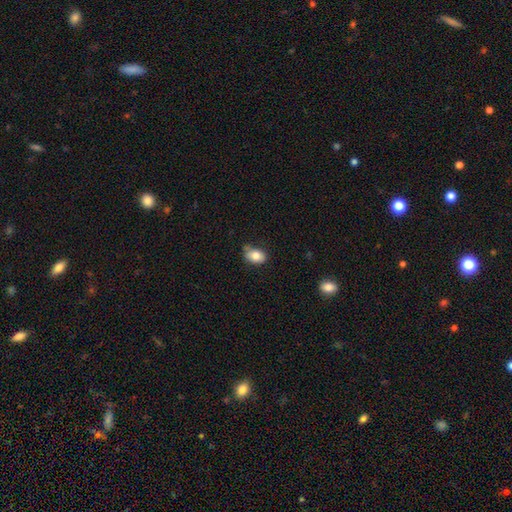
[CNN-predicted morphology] Q: Smooth or featured?
A: smooth (80%); runner-up: featured or disk (12%)
Q: How rounded?
A: in between (78%); runner-up: round (21%)
Q: Merging?
A: none (57%); runner-up: minor disturbance (32%)